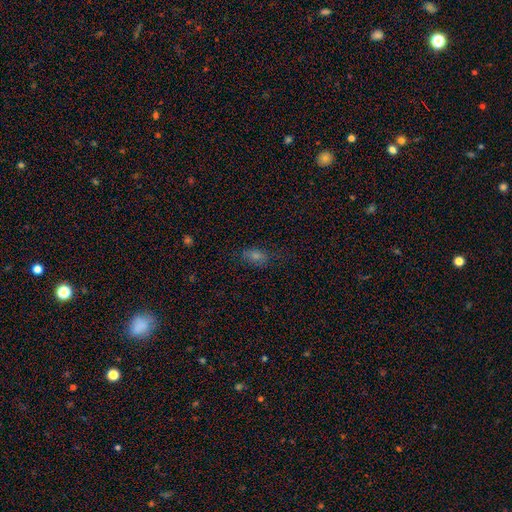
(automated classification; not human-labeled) Q: Smooth or featured?
A: smooth (55%); runner-up: star or artifact (25%)
Q: How rounded?
A: in between (79%); runner-up: round (14%)
Q: Merging?
A: none (73%); runner-up: minor disturbance (18%)